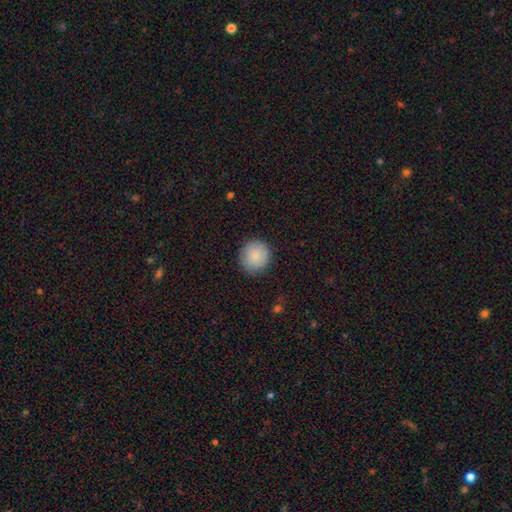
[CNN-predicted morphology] The model was most divided on "merging": none: 87%, minor disturbance: 10%, major disturbance: 2%, merger: 1%. More confident: how rounded — round (92%); smooth or featured — smooth (87%).